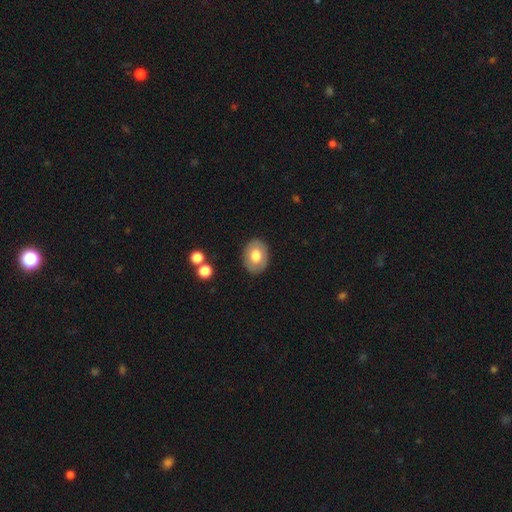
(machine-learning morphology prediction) type=smooth (69%); roundness=in between (71%); merging=none (86%).